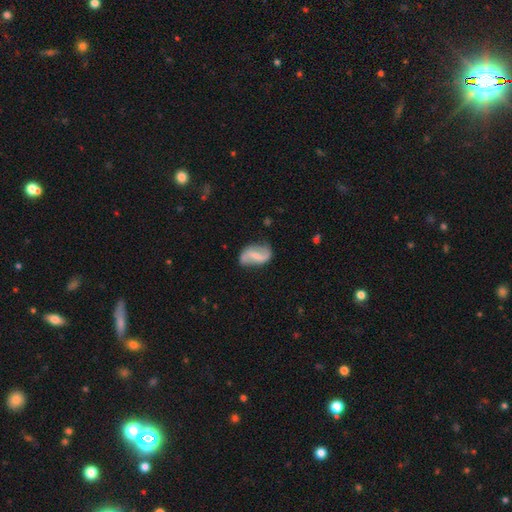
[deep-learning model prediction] A featured or disk galaxy (74%) with a weak bar (43%), 2 (90%) loose (69%) spiral arms (90%) and a small central bulge (44%). Merging: none (69%).